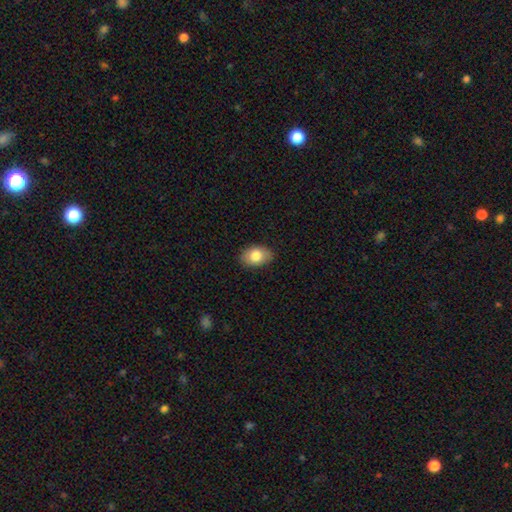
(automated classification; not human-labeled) A smooth galaxy with no disk features (82%) that is in between round and cigar-shaped (85%). Merging: none (85%).